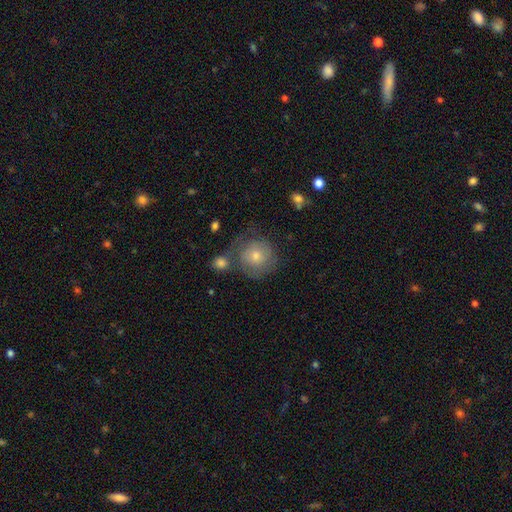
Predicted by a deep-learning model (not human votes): A smooth galaxy with no disk features (48%). Merging: none (62%).